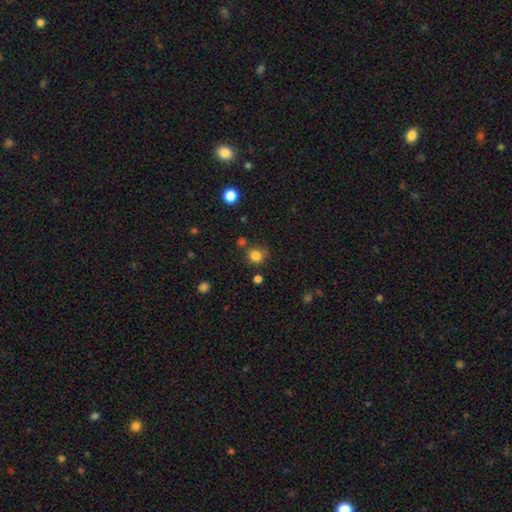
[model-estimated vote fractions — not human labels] A smooth galaxy with no disk features (81%) that is round (86%). Merging: none (73%).